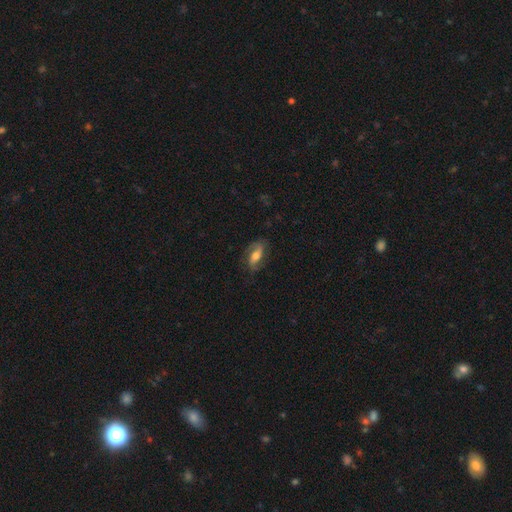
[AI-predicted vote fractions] This is possibly a featured or disk galaxy (55%). It is clearly not viewed edge-on (88%). Merging: likely none (71%).